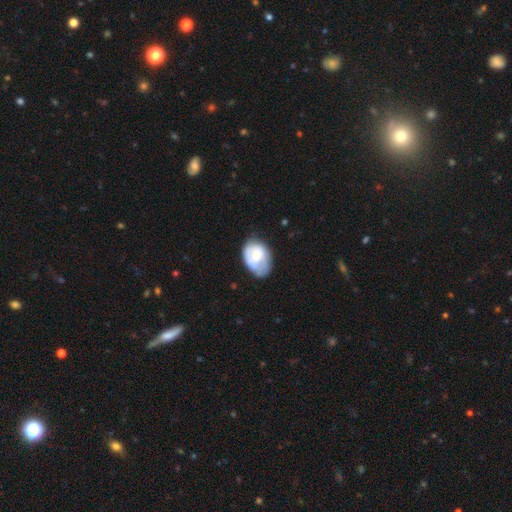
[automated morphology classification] Smooth or featured? smooth (58%)
How rounded? in between (77%)
Merging? none (44%)